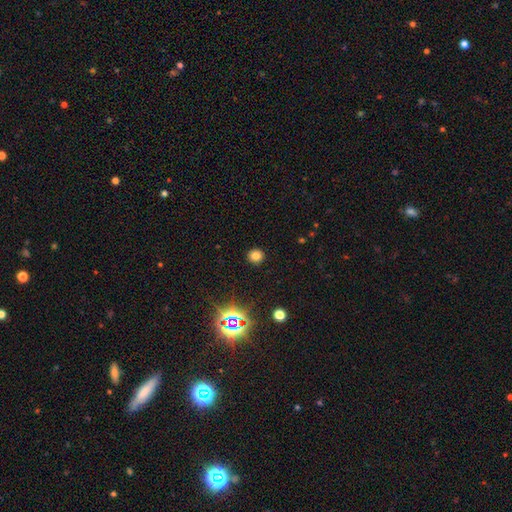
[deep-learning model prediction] Smooth or featured? smooth (74%)
How rounded? round (91%)
Merging? none (92%)